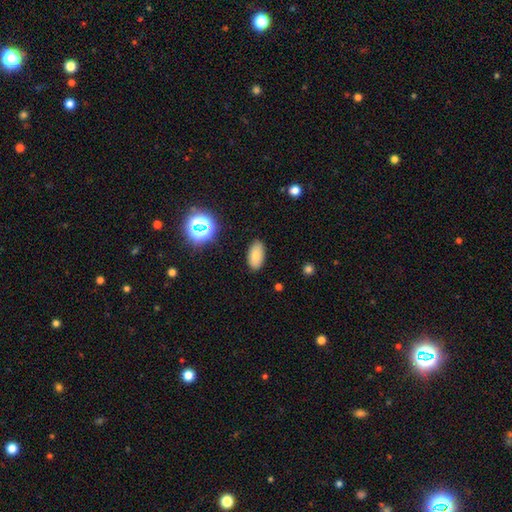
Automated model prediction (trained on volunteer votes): Smooth or featured?
  - smooth: 77% *
  - star or artifact: 12%
  - featured or disk: 11%
How rounded?
  - in between: 93% *
  - round: 4%
  - cigar-shaped: 3%
Merging?
  - none: 87% *
  - minor disturbance: 9%
  - major disturbance: 2%
  - merger: 1%